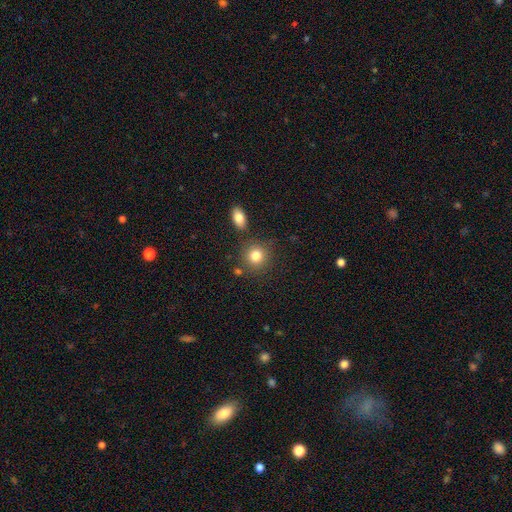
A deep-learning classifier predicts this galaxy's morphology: Smooth or featured? smooth (82%)
How rounded? round (87%)
Merging? none (79%)